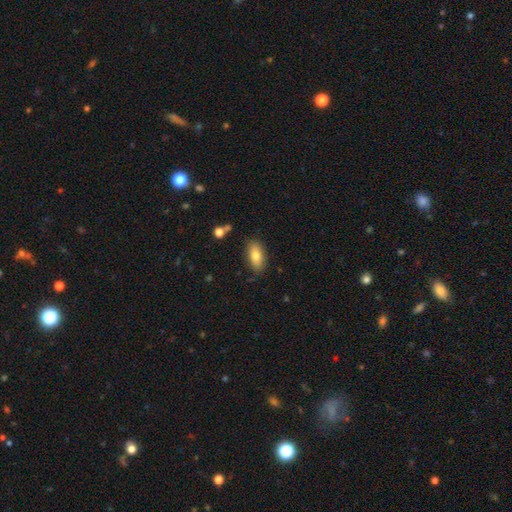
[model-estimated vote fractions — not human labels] This is likely a smooth galaxy (77%). How rounded: clearly in between (87%). Merging: clearly none (83%).